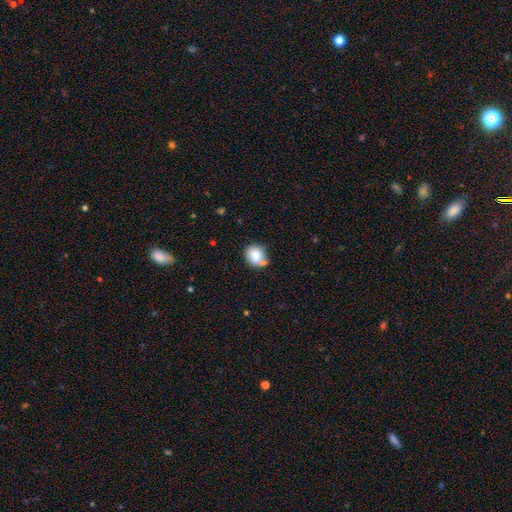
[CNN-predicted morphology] A smooth galaxy with no disk features (81%) that is round (64%). Merging: none (53%).